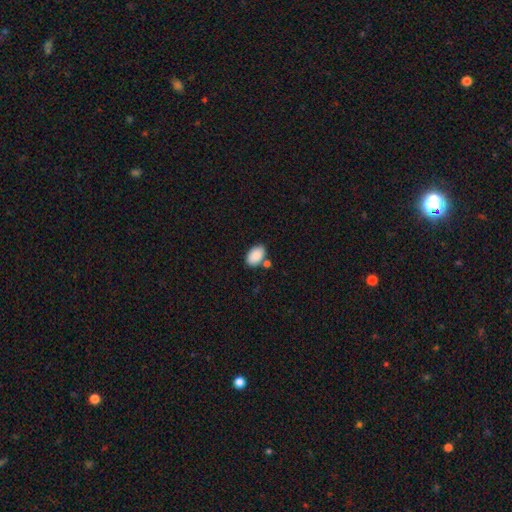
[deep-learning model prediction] Smooth or featured? Predicted: smooth (p=0.89). How rounded? Predicted: in between (p=0.90). Merging? Predicted: none (p=0.71).